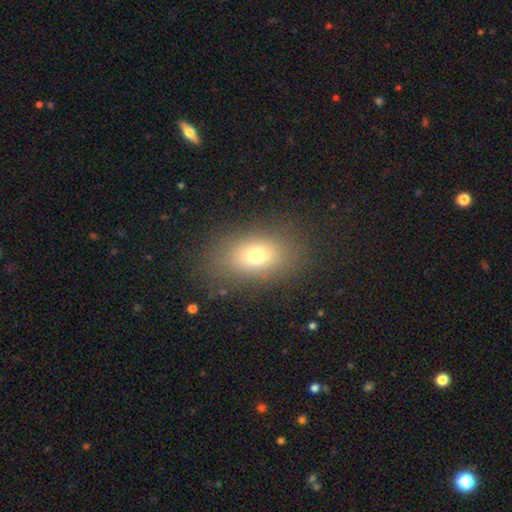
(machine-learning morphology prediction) smooth 71%, star or artifact 15%, featured or disk 14%. Down the decision tree: how rounded — in between (76%); merging — none (82%).